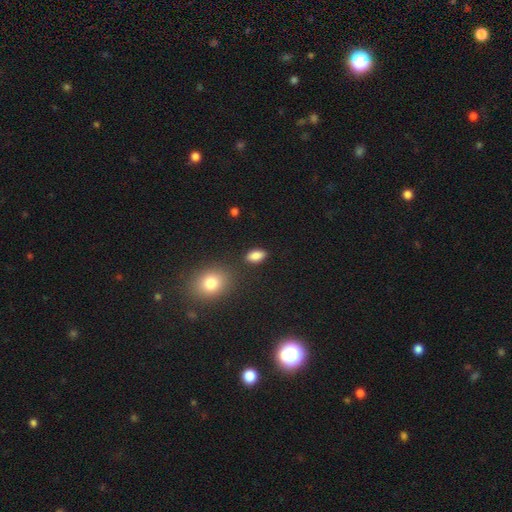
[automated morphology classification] smooth 86%, star or artifact 9%, featured or disk 5%. Down the decision tree: how rounded — in between (89%); merging — none (84%).